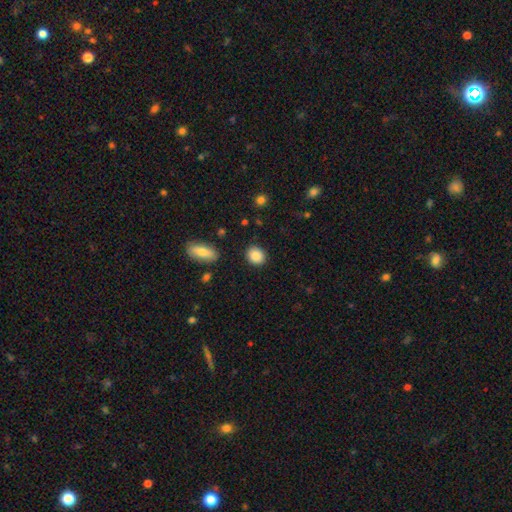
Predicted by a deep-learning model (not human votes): The model was most divided on "how rounded": round: 60%, in between: 38%, cigar-shaped: 1%. More confident: merging — none (88%); smooth or featured — smooth (87%).